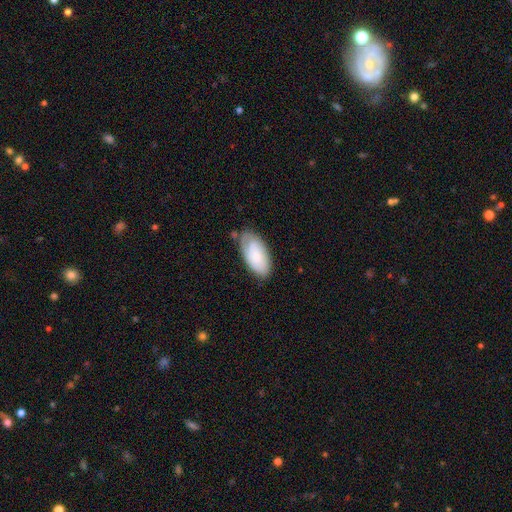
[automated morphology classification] The model was most divided on "smooth or featured": smooth: 65%, featured or disk: 29%, star or artifact: 6%. More confident: how rounded — in between (92%); merging — none (65%).